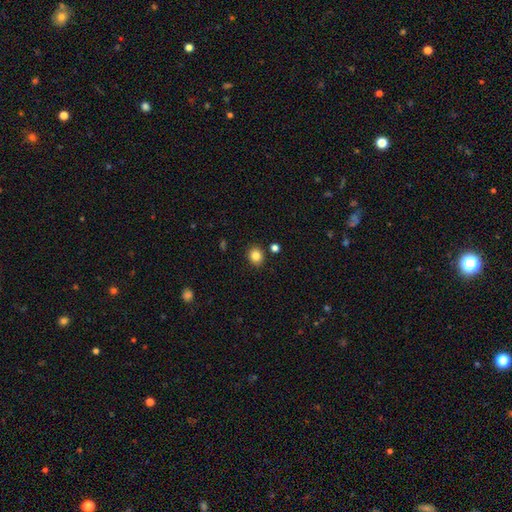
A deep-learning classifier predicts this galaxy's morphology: Q: Smooth or featured?
A: smooth (84%); runner-up: star or artifact (11%)
Q: How rounded?
A: round (69%); runner-up: in between (30%)
Q: Merging?
A: none (87%); runner-up: minor disturbance (8%)